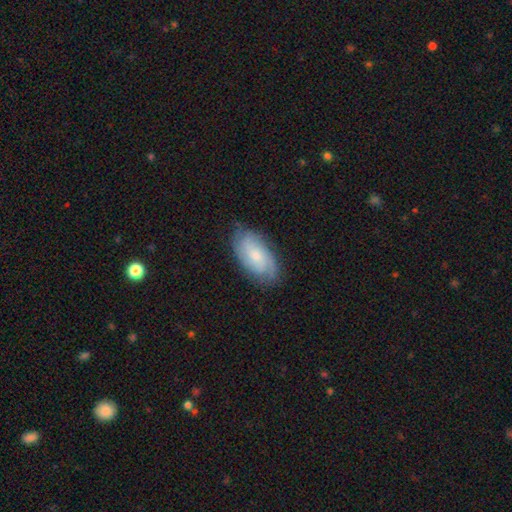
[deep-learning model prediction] This appears to be a featured or disk galaxy (55%) with no bar (66%), spiral arms (88%) and a small central bulge (53%). Merging: none (77%).